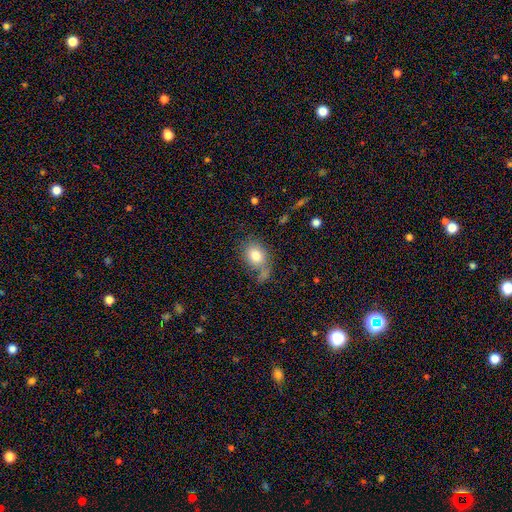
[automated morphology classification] This appears to be a smooth galaxy with no disk features (78%) that is in between round and cigar-shaped (56%). Merging: none (51%).